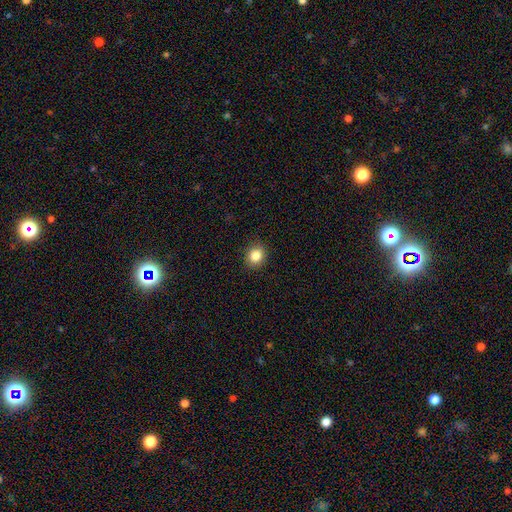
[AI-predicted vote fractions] Q: Smooth or featured?
A: smooth (84%); runner-up: star or artifact (10%)
Q: How rounded?
A: round (72%); runner-up: in between (28%)
Q: Merging?
A: none (91%); runner-up: minor disturbance (7%)